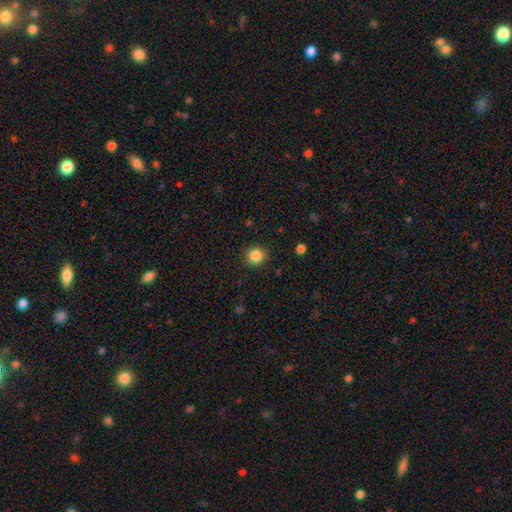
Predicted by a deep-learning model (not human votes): This appears to be a smooth galaxy with no disk features (85%) that is round (89%). Merging: none (89%).